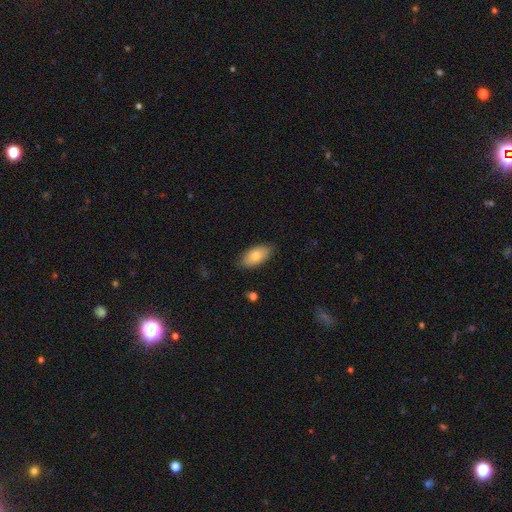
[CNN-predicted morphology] Smooth or featured? Predicted: smooth (p=0.77). How rounded? Predicted: in between (p=0.93). Merging? Predicted: none (p=0.84).